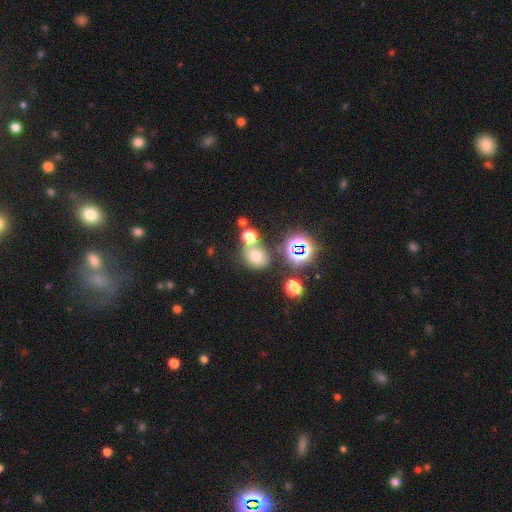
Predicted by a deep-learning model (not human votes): Smooth or featured: smooth — 62% (star or artifact — 26%)
How rounded: round — 73% (in between — 26%)
Merging: none — 60% (merger — 23%)